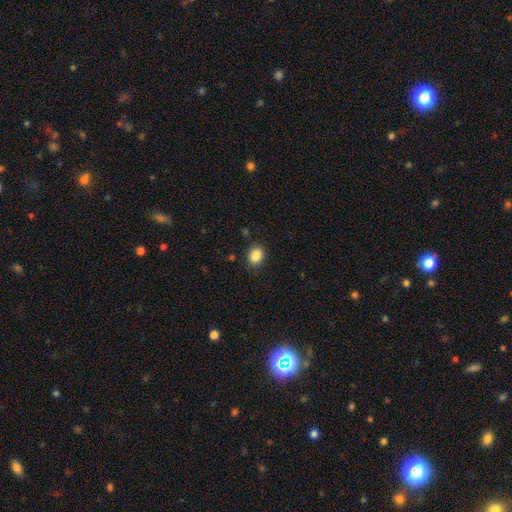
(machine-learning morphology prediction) Smooth or featured?
  - smooth: 86% *
  - star or artifact: 10%
  - featured or disk: 5%
How rounded?
  - round: 59% *
  - in between: 40%
  - cigar-shaped: 1%
Merging?
  - none: 87% *
  - minor disturbance: 9%
  - major disturbance: 3%
  - merger: 1%